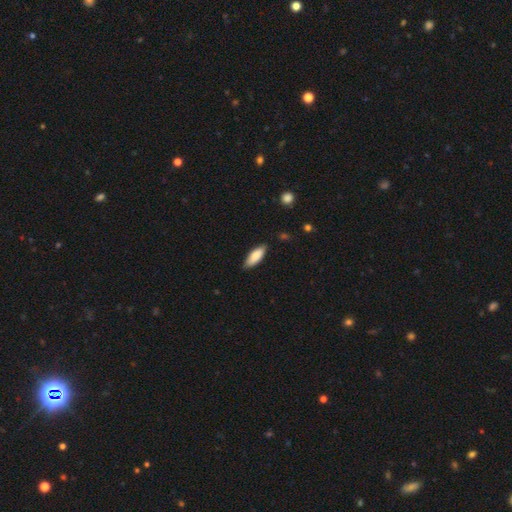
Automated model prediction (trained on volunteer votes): Smooth or featured? Predicted: smooth (p=0.85). How rounded? Predicted: in between (p=0.71). Merging? Predicted: none (p=0.83).